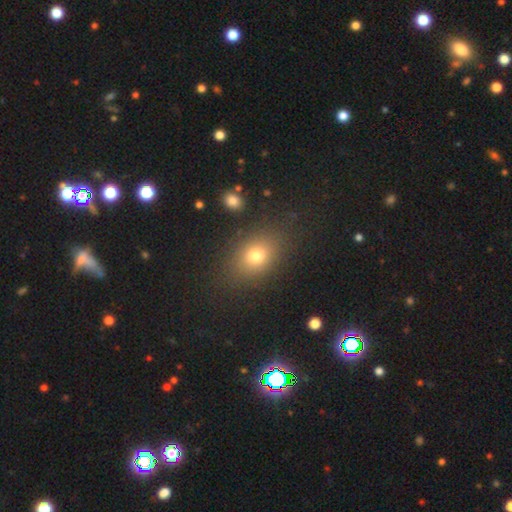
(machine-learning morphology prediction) The model was most divided on "how rounded": in between: 63%, round: 35%, cigar-shaped: 2%. More confident: merging — none (81%); smooth or featured — smooth (75%).